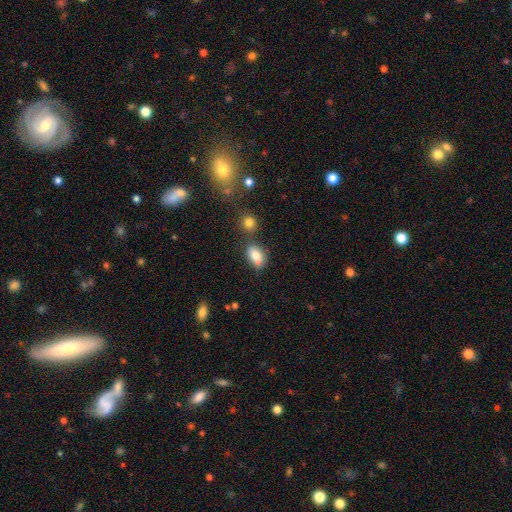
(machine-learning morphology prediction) This is likely a smooth galaxy (80%). How rounded: clearly in between (85%). Merging: likely none (64%).